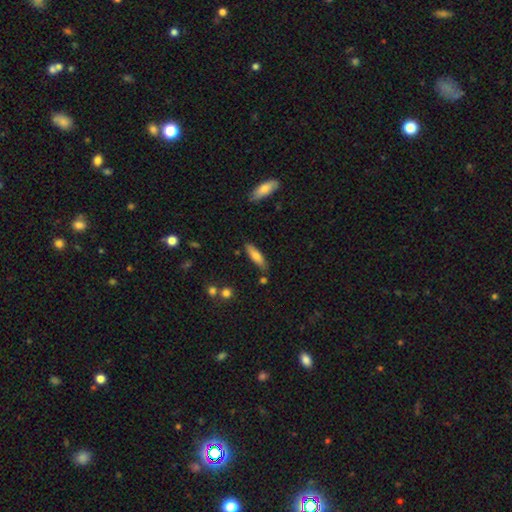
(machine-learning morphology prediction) Q: Smooth or featured?
A: smooth (72%); runner-up: featured or disk (21%)
Q: How rounded?
A: cigar-shaped (59%); runner-up: in between (40%)
Q: Merging?
A: none (79%); runner-up: minor disturbance (14%)